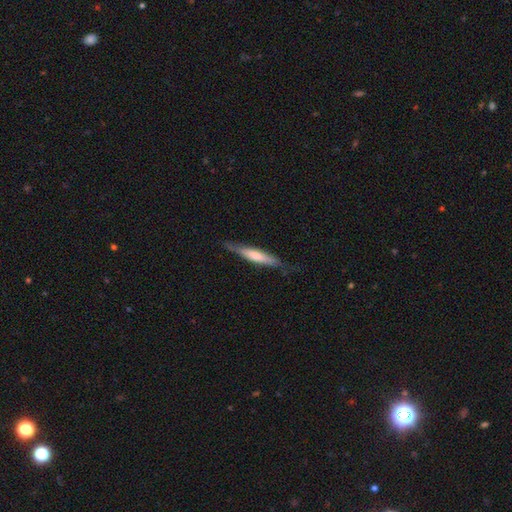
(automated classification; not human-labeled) smooth-or-featured: smooth: 56% | featured or disk: 39% | star or artifact: 5%
  how-rounded: cigar-shaped: 89% | in between: 10% | round: 1%
  merging: none: 77% | minor disturbance: 18% | major disturbance: 4% | merger: 1%